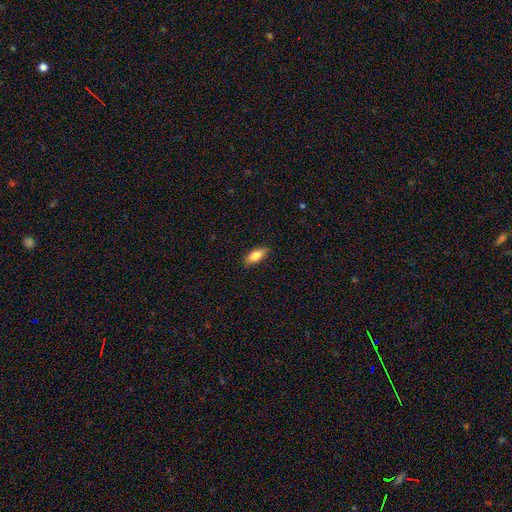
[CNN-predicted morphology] Overall: smooth (76%). How rounded: in between (75%). Merging: none (84%).